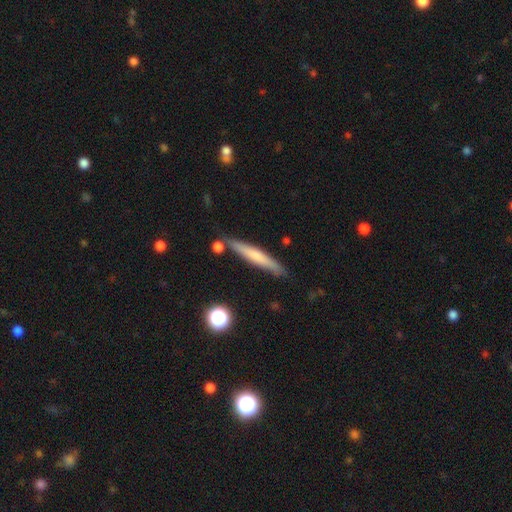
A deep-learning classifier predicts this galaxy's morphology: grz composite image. It shows a smooth galaxy with no disk features (55%) that is cigar-shaped (94%). Merging: none (82%).